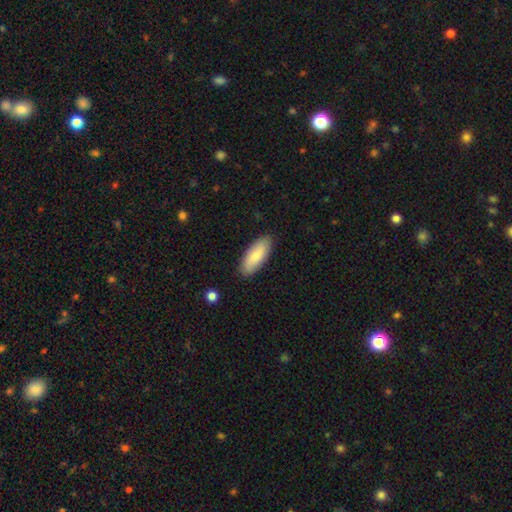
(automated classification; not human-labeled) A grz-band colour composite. It shows a smooth galaxy with no disk features (81%) that is in between round and cigar-shaped (79%). Merging: none (87%).